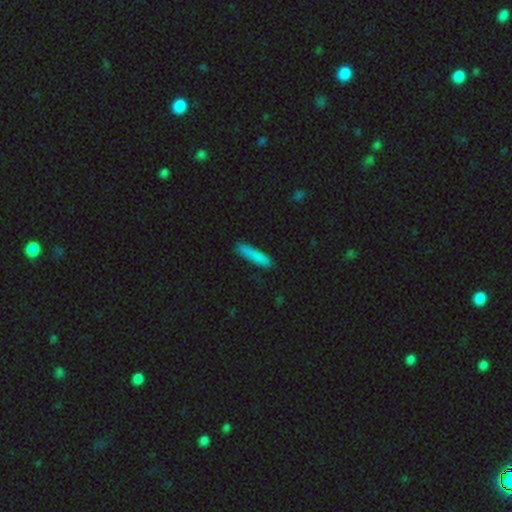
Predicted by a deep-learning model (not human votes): smooth 84%, featured or disk 9%, star or artifact 7%. Down the decision tree: how rounded — cigar-shaped (88%); merging — none (83%).